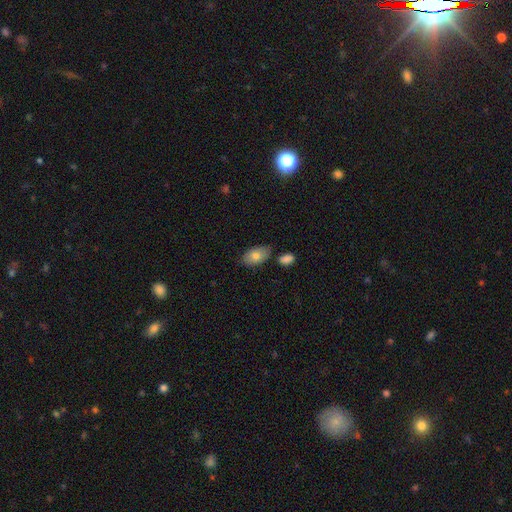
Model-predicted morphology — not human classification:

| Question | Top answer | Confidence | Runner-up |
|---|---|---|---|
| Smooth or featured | smooth | 78% | featured or disk (15%) |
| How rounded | in between | 92% | round (6%) |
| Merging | none | 75% | minor disturbance (15%) |